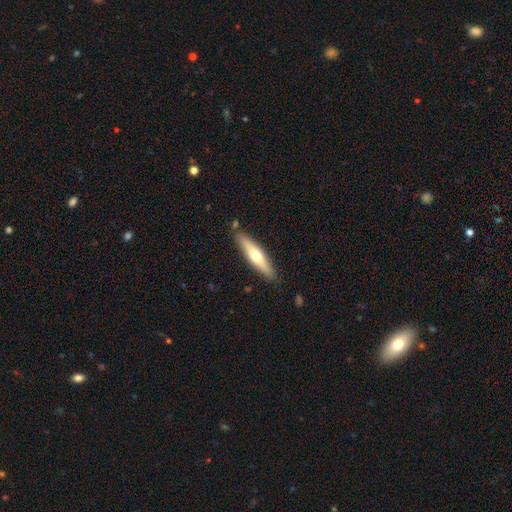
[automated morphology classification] This is possibly a smooth galaxy (50%). How rounded: likely cigar-shaped (79%). Merging: clearly none (85%).